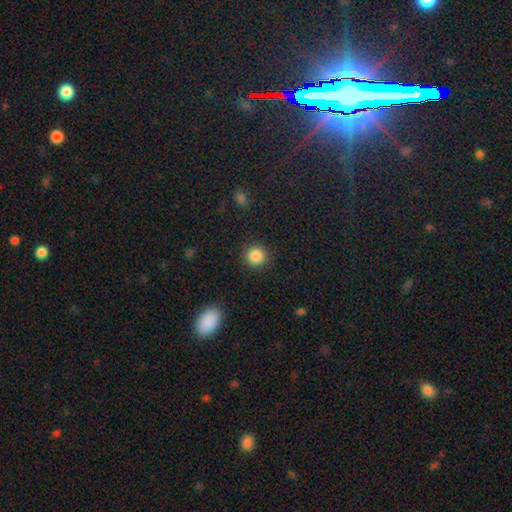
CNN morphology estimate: A smooth galaxy with no disk features (86%) that is round (92%).

Vote fractions:
- Smooth or featured? smooth: 86% / star or artifact: 10% / featured or disk: 4%
- How rounded? round: 92% / in between: 7% / cigar-shaped: 1%
- Merging? none: 90% / minor disturbance: 6% / major disturbance: 2% / merger: 1%